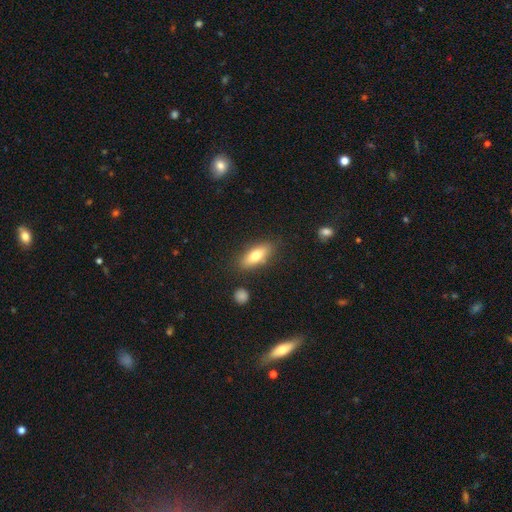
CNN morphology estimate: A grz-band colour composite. It shows a smooth galaxy with no disk features (70%) that is in between round and cigar-shaped (67%). Merging: none (82%).